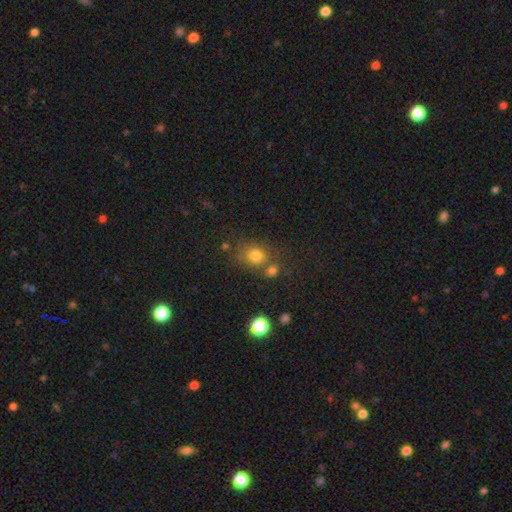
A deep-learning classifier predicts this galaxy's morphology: Overall: smooth (76%). How rounded: round (71%). Merging: none (60%; merger 21%).